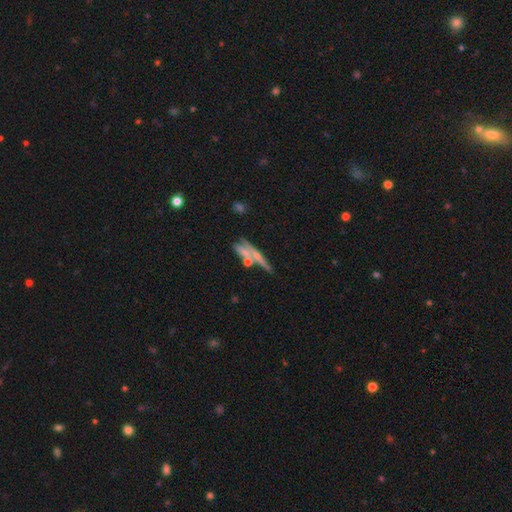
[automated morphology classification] This is possibly a featured or disk galaxy (51%). It is likely viewed edge-on (71%). Merging: marginally none (41%).